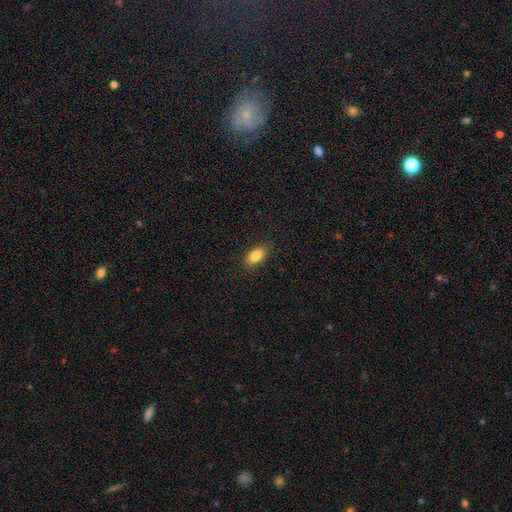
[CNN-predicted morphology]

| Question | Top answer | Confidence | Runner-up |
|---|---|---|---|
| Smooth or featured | smooth | 85% | star or artifact (8%) |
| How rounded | in between | 90% | cigar-shaped (5%) |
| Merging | none | 87% | minor disturbance (9%) |